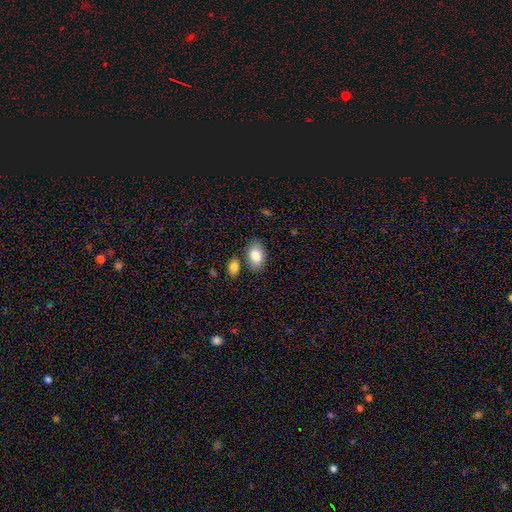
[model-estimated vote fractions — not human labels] Morphology: type=smooth (84%); roundness=in between (89%); merging=none (74%).